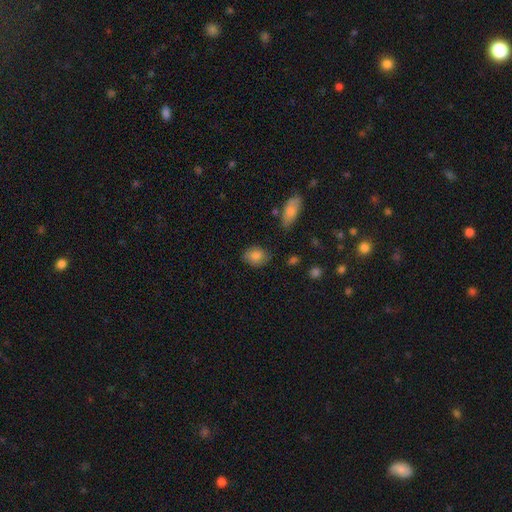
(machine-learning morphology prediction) type=smooth (83%); roundness=in between (57%); merging=none (77%).